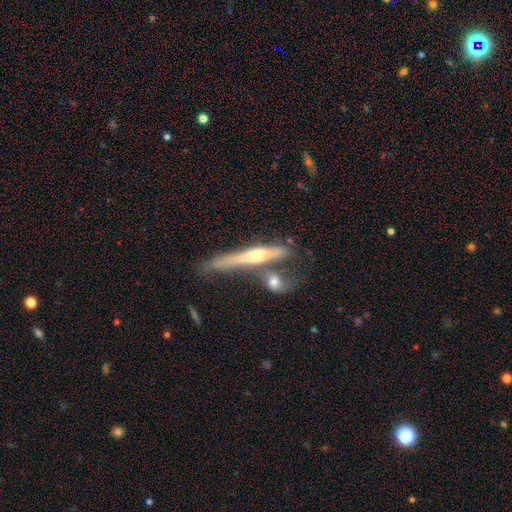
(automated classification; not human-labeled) Overall: featured or disk (56%; smooth 38%). Edge-on disk: yes (88%). Merging: none (42%; merger 32%).